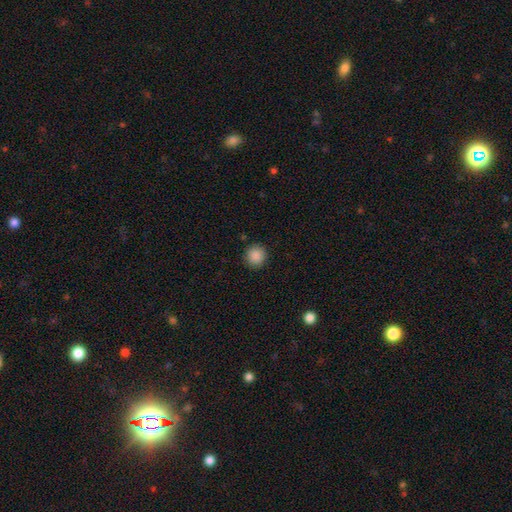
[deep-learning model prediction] Smooth or featured? smooth (88%)
How rounded? round (93%)
Merging? none (91%)